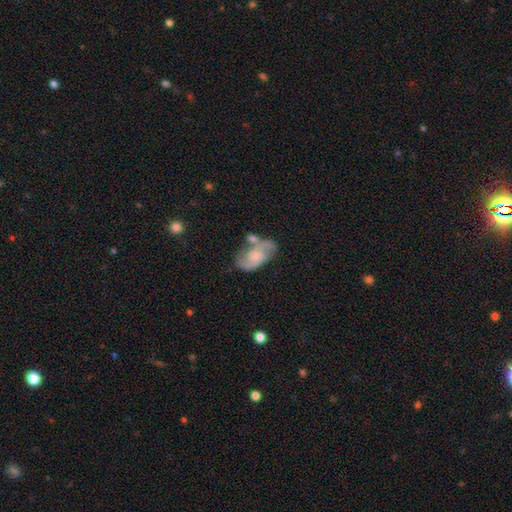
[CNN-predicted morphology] A featured or disk galaxy (76%) with no bar (64%), 2 (89%) medium (52%) spiral arms (94%) and a small central bulge (51%).

Vote fractions:
- Smooth or featured? featured or disk: 76% / smooth: 18% / star or artifact: 6%
- Edge-on disk? no: 97% / yes: 3%
- Bar? no: 64% / weak: 30% / strong: 6%
- Spiral arms? yes: 94% / no: 6%
- Spiral winding? medium: 52% / loose: 25% / tight: 23%
- Spiral arm count? 2: 89% / can't tell: 5% / 1: 2% / 3: 2% / 4: 1% / more than 4: 1%
- Bulge size? small: 51% / moderate: 26% / none: 17% / large: 4% / dominant: 2%
- Merging? none: 53% / merger: 19% / minor disturbance: 19% / major disturbance: 8%